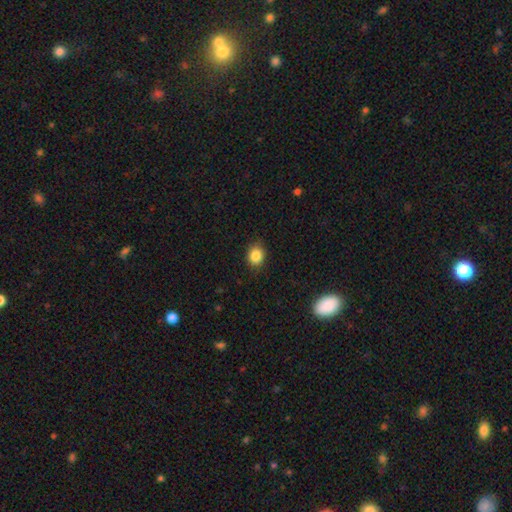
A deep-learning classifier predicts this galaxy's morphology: This is clearly a smooth galaxy (86%). How rounded: likely round (64%). Merging: clearly none (86%).